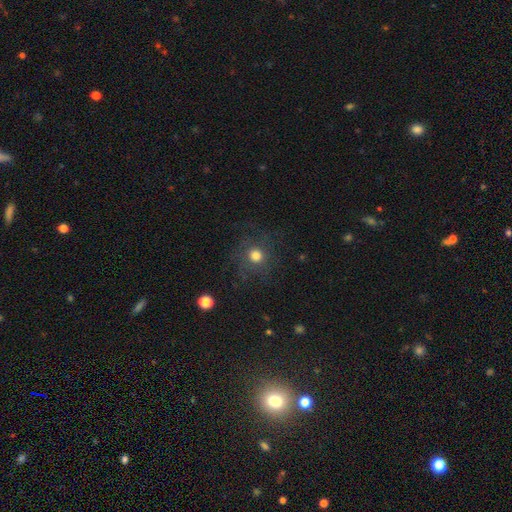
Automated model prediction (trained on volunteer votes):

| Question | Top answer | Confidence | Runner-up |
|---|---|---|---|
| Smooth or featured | smooth | 71% | star or artifact (15%) |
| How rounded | round | 91% | in between (8%) |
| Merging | none | 77% | minor disturbance (12%) |